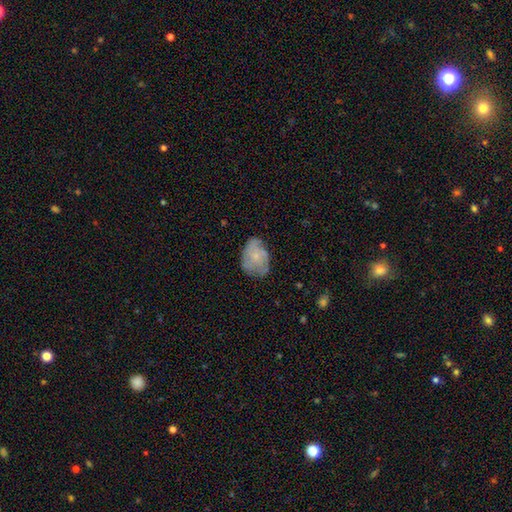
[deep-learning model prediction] featured or disk 46% (tied), smooth 46% (tied), star or artifact 8%. Down the decision tree: merging — none (62%).